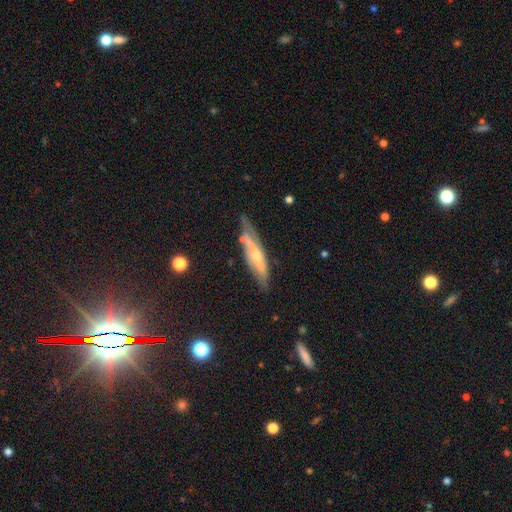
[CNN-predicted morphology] type=featured or disk (67%); edge-on=yes (61%); merging=none (64%).